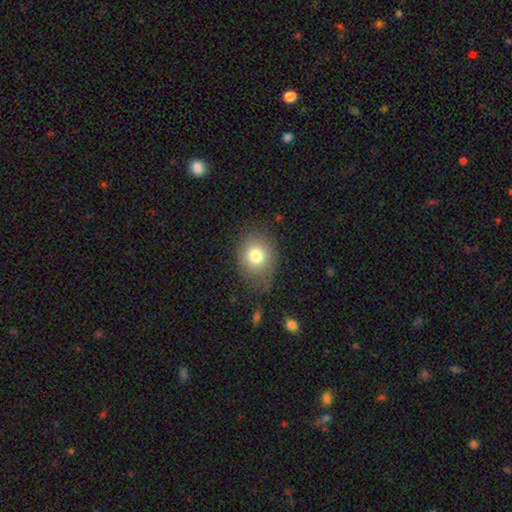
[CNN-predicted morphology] Overall: smooth (78%). How rounded: round (61%; in between 38%). Merging: none (70%).